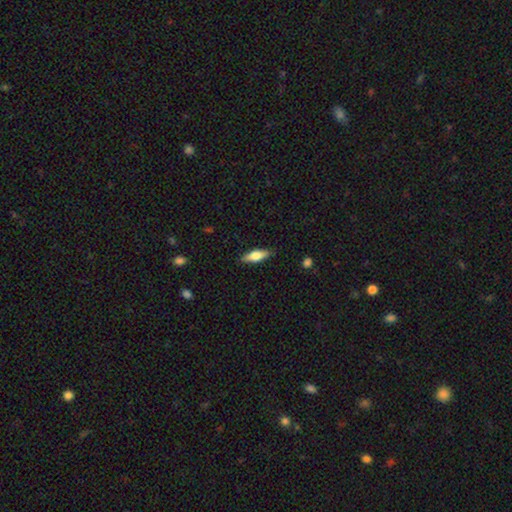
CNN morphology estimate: type=smooth (63%); roundness=in between (57%); merging=none (87%).